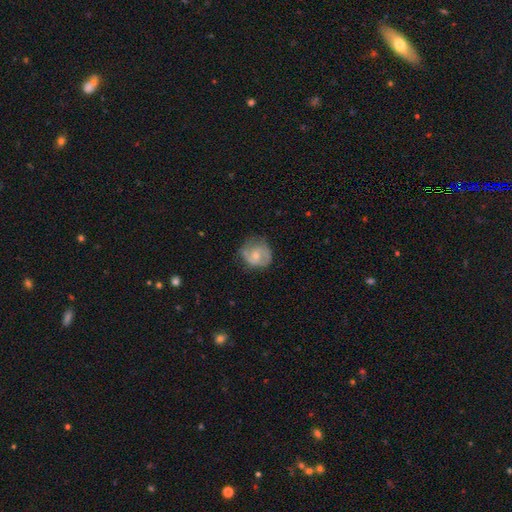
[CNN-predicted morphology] Q: Smooth or featured?
A: featured or disk (55%); runner-up: smooth (39%)
Q: Edge-on disk?
A: no (97%); runner-up: yes (3%)
Q: Bar?
A: no (65%); runner-up: weak (29%)
Q: Spiral arms?
A: yes (77%); runner-up: no (23%)
Q: Bulge size?
A: moderate (47%); tied with: small (47%)
Q: Merging?
A: none (61%); runner-up: minor disturbance (27%)